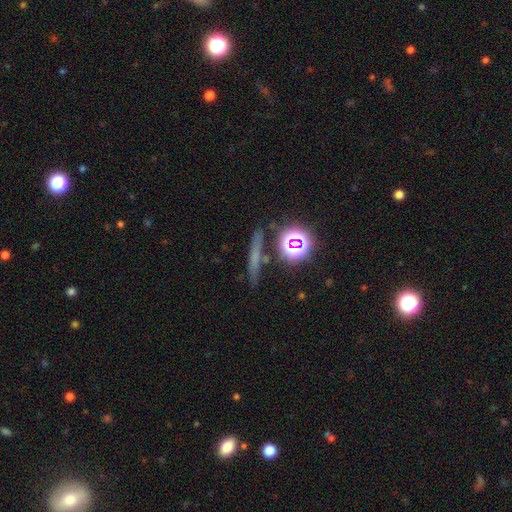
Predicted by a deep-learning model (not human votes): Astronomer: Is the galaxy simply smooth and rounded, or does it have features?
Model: smooth — 46% (runner-up: featured or disk, 28%).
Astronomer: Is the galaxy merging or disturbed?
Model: none — 80%.